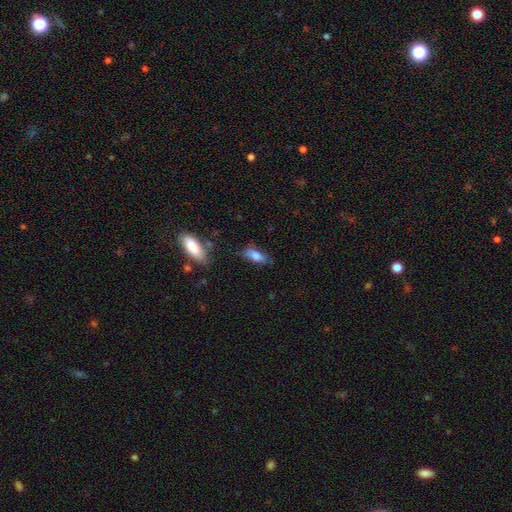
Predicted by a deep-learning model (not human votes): This appears to be a smooth galaxy with no disk features (76%) that is in between round and cigar-shaped (73%). Merging: none (61%).